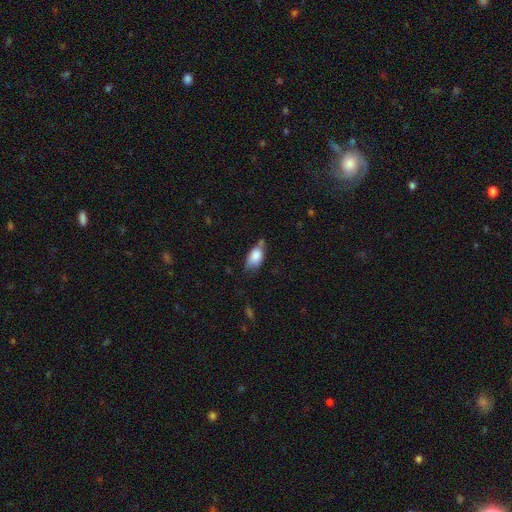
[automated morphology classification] This is clearly a smooth galaxy (82%). How rounded: clearly in between (89%). Merging: marginally none (43%).